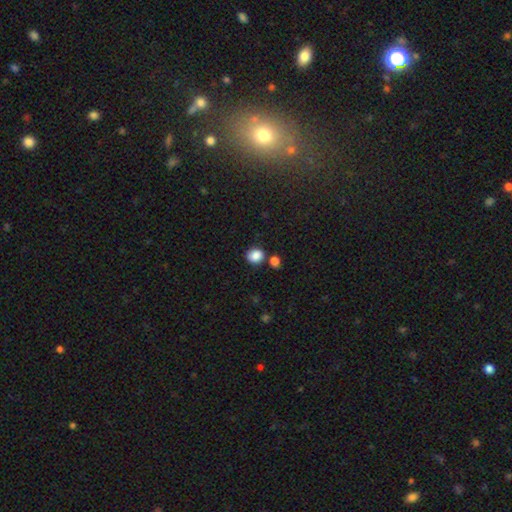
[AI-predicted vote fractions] smooth_or_featured: smooth (p=0.86) [alt: star or artifact p=0.10]
how_rounded: round (p=0.66) [alt: in between p=0.33]
merging: none (p=0.72) [alt: merger p=0.13]